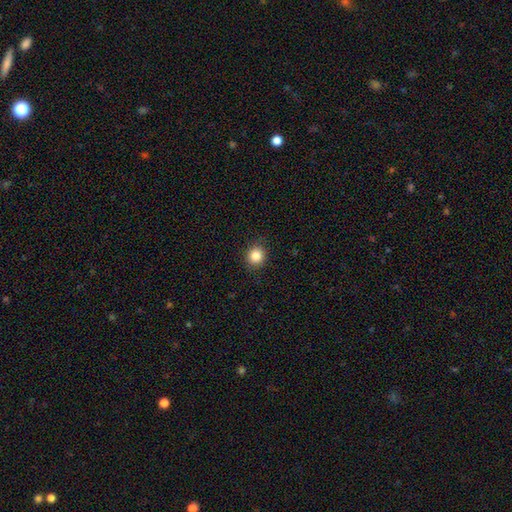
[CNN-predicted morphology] Smooth or featured? Predicted: smooth (p=0.86). How rounded? Predicted: round (p=0.87). Merging? Predicted: none (p=0.90).